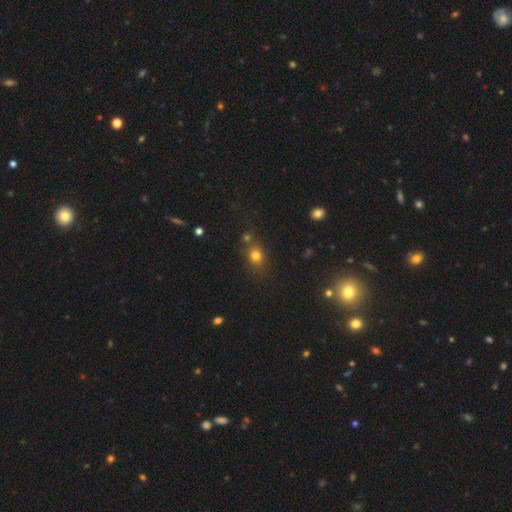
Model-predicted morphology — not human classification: Smooth or featured? Predicted: smooth (p=0.75). How rounded? Predicted: round (p=0.67). Merging? Predicted: none (p=0.68).